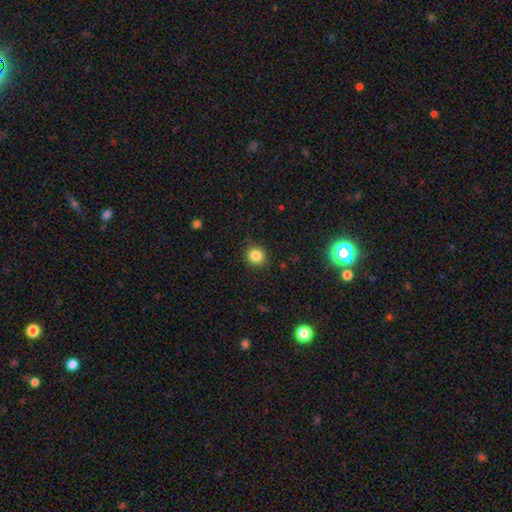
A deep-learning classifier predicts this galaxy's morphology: Smooth or featured?
  - smooth: 83% *
  - star or artifact: 12%
  - featured or disk: 5%
How rounded?
  - round: 85% *
  - in between: 14%
  - cigar-shaped: 1%
Merging?
  - none: 87% *
  - minor disturbance: 9%
  - major disturbance: 3%
  - merger: 1%